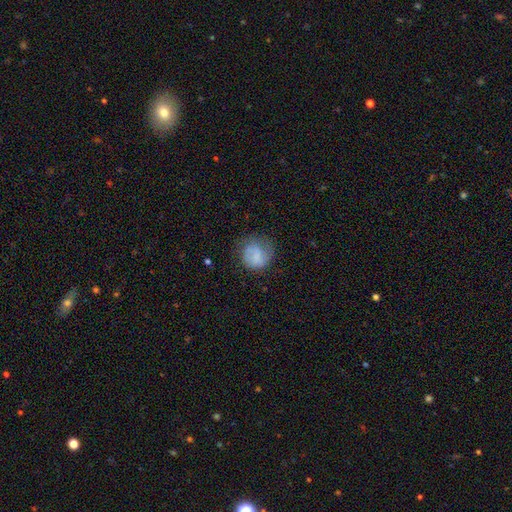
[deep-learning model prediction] smooth 69%, featured or disk 23%, star or artifact 8%. Down the decision tree: how rounded — round (83%); merging — none (57%).